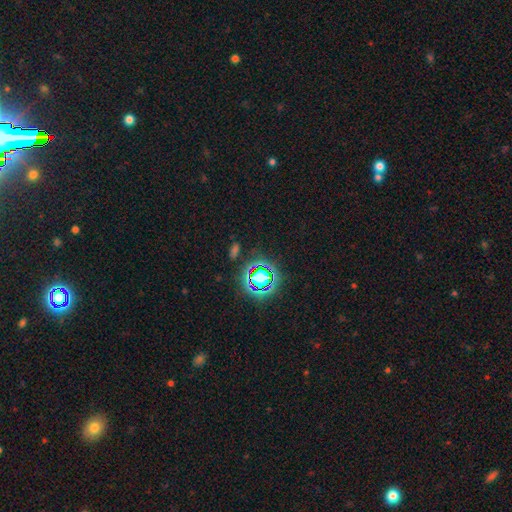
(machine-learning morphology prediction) Overall: star or artifact (80%).